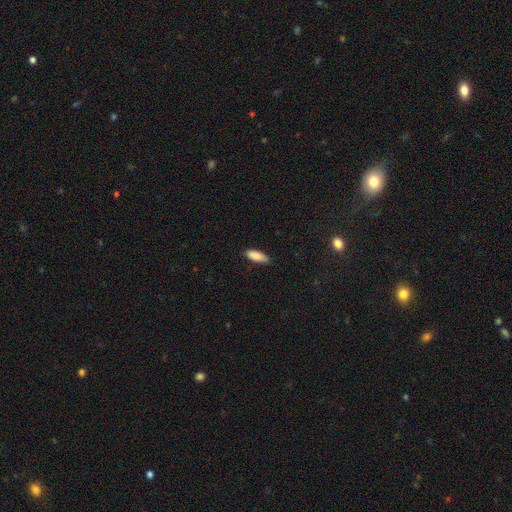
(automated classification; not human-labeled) smooth_or_featured: smooth (p=0.87) [alt: star or artifact p=0.06]
how_rounded: in between (p=0.68) [alt: cigar-shaped p=0.30]
merging: none (p=0.83) [alt: minor disturbance p=0.14]